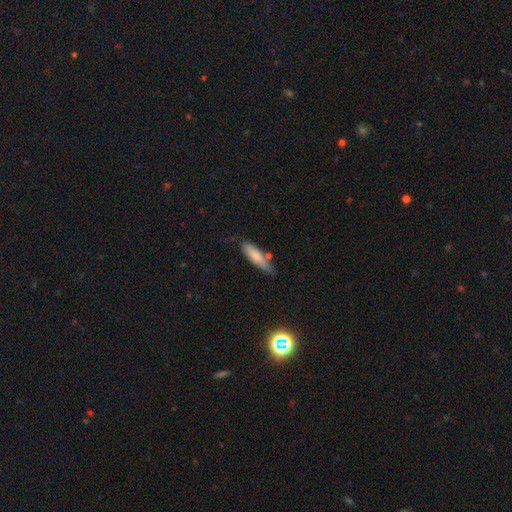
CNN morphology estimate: A smooth galaxy with no disk features (78%) that is cigar-shaped (69%). Merging: none (61%).